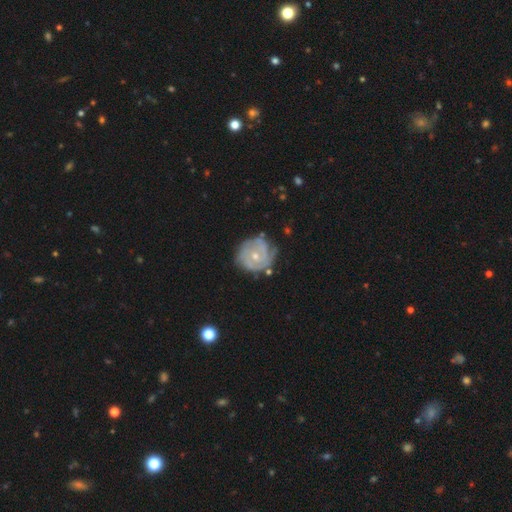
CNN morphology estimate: The model was most divided on "bulge size": small: 53%, moderate: 44%, large: 1%, none: 1%, dominant: 1%. Remaining: edge-on disk — no (98%); spiral arms — yes (89%); smooth or featured — featured or disk (79%); bar — no (74%); spiral winding — tight (73%); merging — none (65%); spiral arm count — can't tell (37%).